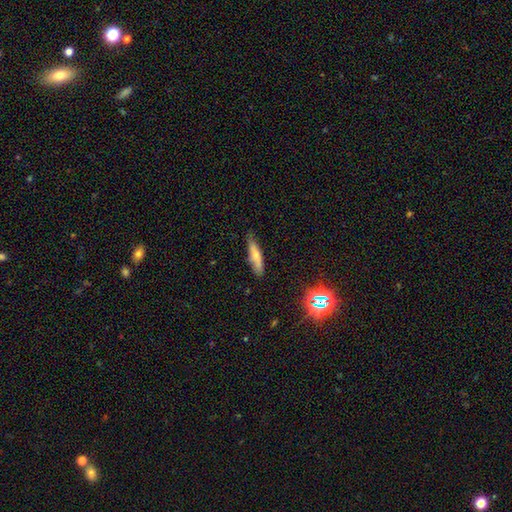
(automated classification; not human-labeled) Smooth or featured? Predicted: smooth (p=0.66). How rounded? Predicted: cigar-shaped (p=0.77). Merging? Predicted: none (p=0.72).